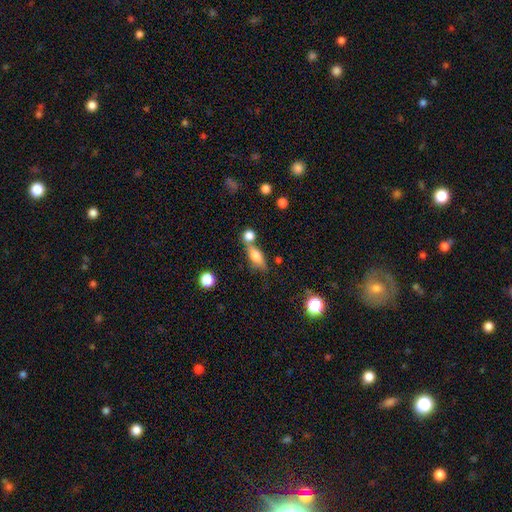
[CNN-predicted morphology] Smooth or featured?
  - smooth: 67% *
  - featured or disk: 24%
  - star or artifact: 9%
How rounded?
  - in between: 66% *
  - cigar-shaped: 26%
  - round: 8%
Merging?
  - none: 49% *
  - merger: 31%
  - minor disturbance: 14%
  - major disturbance: 6%